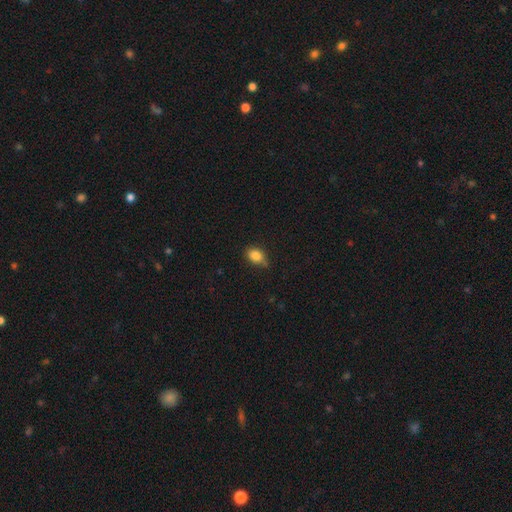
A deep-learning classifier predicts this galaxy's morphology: Smooth or featured? Predicted: smooth (p=0.84). How rounded? Predicted: in between (p=0.67). Merging? Predicted: none (p=0.67).